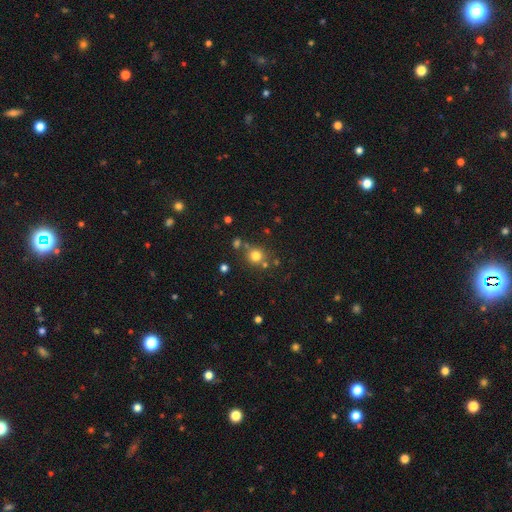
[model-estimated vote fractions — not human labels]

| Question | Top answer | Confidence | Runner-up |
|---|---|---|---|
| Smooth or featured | smooth | 76% | star or artifact (16%) |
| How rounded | round | 90% | in between (9%) |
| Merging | none | 72% | merger (14%) |